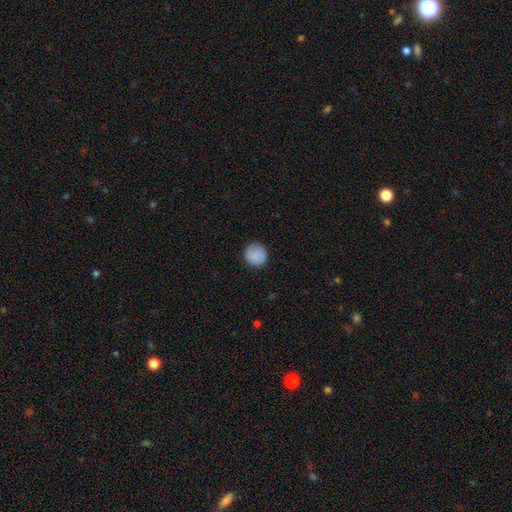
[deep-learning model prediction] A smooth galaxy with no disk features (88%) that is round (92%). Merging: none (88%).